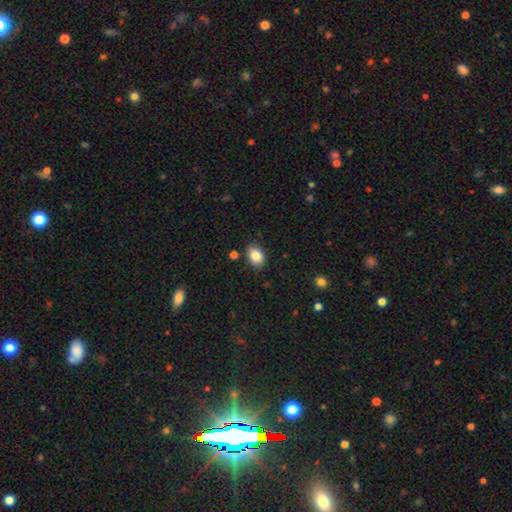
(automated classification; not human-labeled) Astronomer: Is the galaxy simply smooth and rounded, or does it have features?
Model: smooth — 85%.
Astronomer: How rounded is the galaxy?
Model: in between — 82%.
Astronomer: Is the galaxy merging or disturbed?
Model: none — 84%.